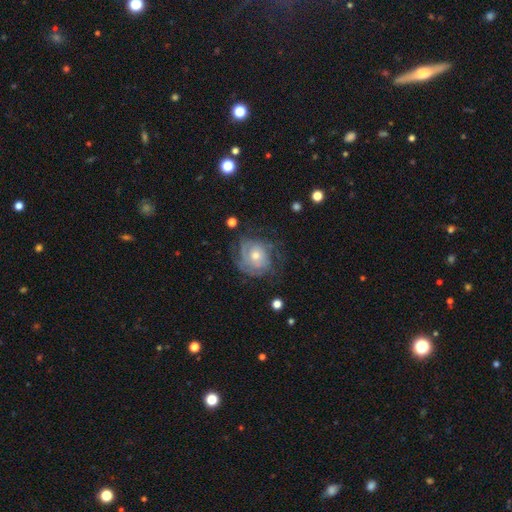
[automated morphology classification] Smooth or featured? Predicted: featured or disk (p=0.71). Edge-on disk? Predicted: no (p=0.97). Bar? Predicted: no (p=0.81). Spiral arms? Predicted: yes (p=0.81). Spiral winding? Predicted: tight (p=0.65). Spiral arm count? Predicted: can't tell (p=0.54). Bulge size? Predicted: moderate (p=0.54). Merging? Predicted: none (p=0.61).